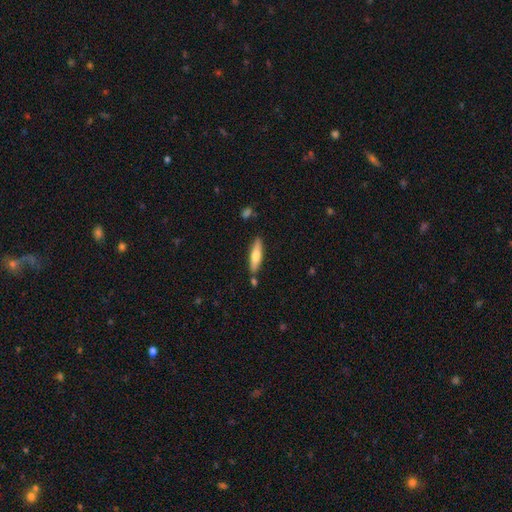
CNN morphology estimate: Smooth or featured? smooth (59%)
How rounded? cigar-shaped (72%)
Merging? none (81%)